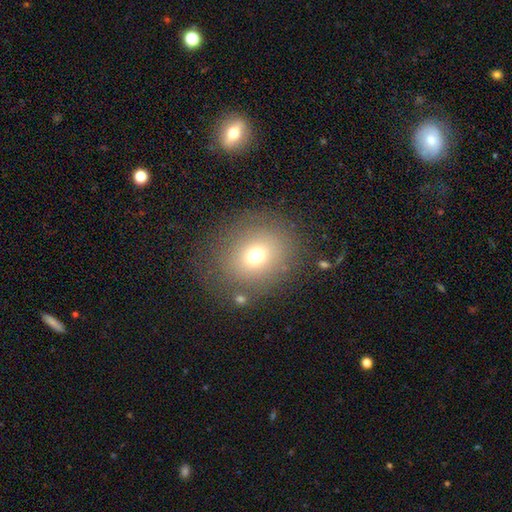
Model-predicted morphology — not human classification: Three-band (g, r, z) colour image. It shows a smooth galaxy with no disk features (70%) that is round (75%). Merging: none (78%).